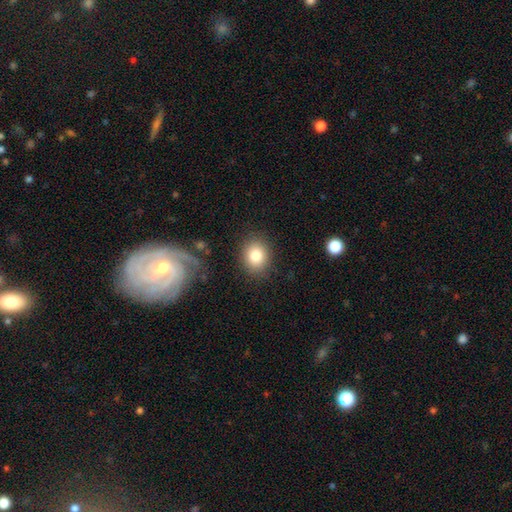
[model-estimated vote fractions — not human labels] Smooth or featured?
  - smooth: 82% *
  - star or artifact: 10%
  - featured or disk: 9%
How rounded?
  - round: 63% *
  - in between: 36%
  - cigar-shaped: 1%
Merging?
  - none: 86% *
  - minor disturbance: 9%
  - major disturbance: 3%
  - merger: 2%